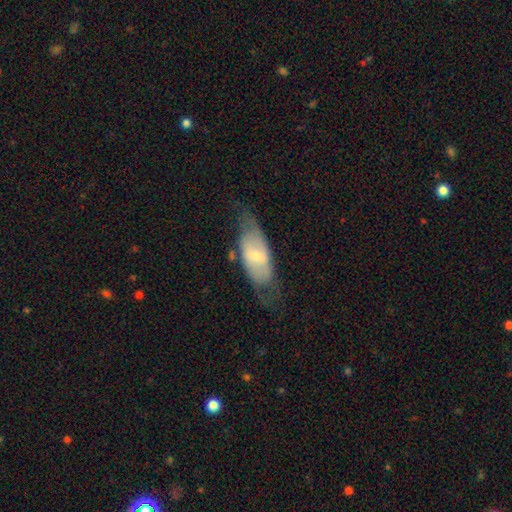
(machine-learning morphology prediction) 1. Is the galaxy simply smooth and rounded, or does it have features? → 51% featured or disk, 42% smooth, 7% star or artifact.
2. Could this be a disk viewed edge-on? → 81% no, 19% yes.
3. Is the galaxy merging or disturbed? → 54% none, 25% minor disturbance, 17% major disturbance, 3% merger.